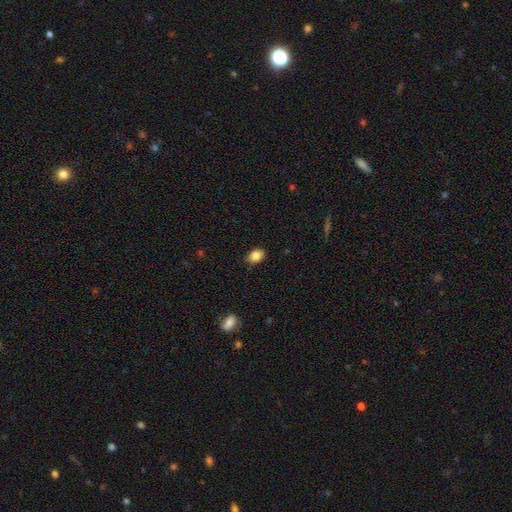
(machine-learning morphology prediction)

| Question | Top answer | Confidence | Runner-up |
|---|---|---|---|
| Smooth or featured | smooth | 86% | star or artifact (9%) |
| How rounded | in between | 73% | round (26%) |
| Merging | none | 84% | minor disturbance (13%) |